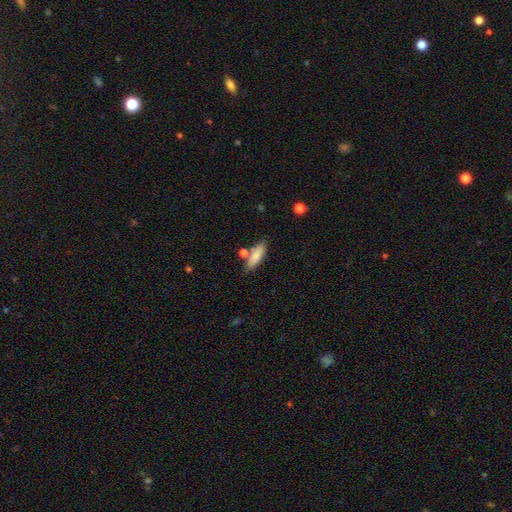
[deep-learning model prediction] This is clearly a smooth galaxy (83%). How rounded: possibly in between (57%). Merging: likely none (71%).